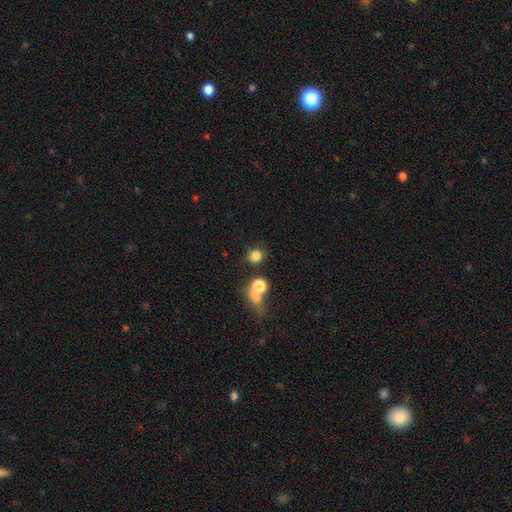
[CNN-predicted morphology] Smooth or featured: smooth — 80% (star or artifact — 14%)
How rounded: round — 87% (in between — 11%)
Merging: none — 71% (merger — 12%)